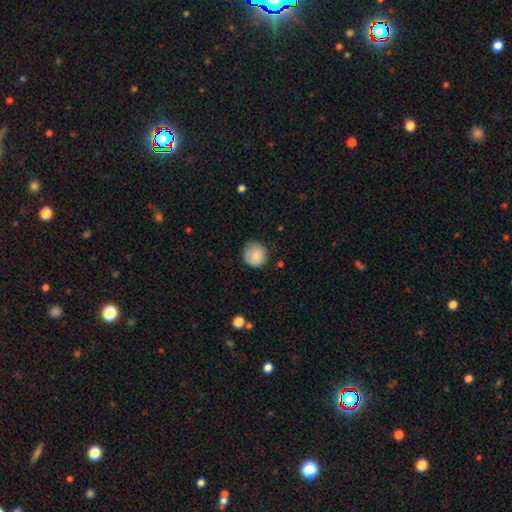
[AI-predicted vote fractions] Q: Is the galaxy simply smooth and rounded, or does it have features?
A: smooth — 85%.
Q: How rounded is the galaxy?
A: round — 88%.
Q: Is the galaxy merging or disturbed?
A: none — 74%.